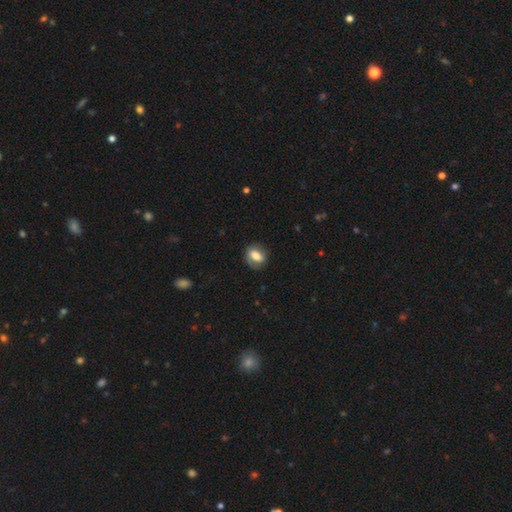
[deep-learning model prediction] Smooth or featured? smooth (65%)
How rounded? in between (65%)
Merging? none (74%)